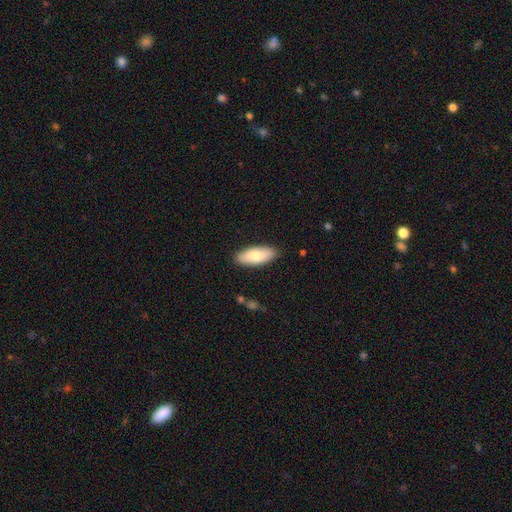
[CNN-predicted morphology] The model was most divided on "smooth or featured": smooth: 77%, featured or disk: 18%, star or artifact: 5%. More confident: merging — none (87%); how rounded — in between (81%).